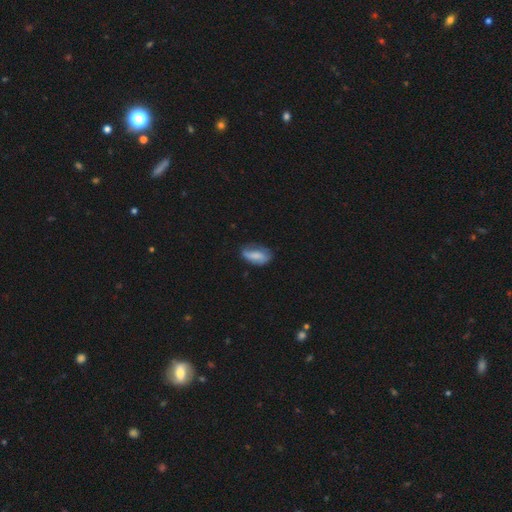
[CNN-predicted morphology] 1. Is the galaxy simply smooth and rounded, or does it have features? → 57% smooth, 35% featured or disk, 8% star or artifact.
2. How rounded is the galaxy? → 87% in between, 8% cigar-shaped, 5% round.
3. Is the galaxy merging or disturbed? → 53% none, 31% minor disturbance, 13% major disturbance, 2% merger.